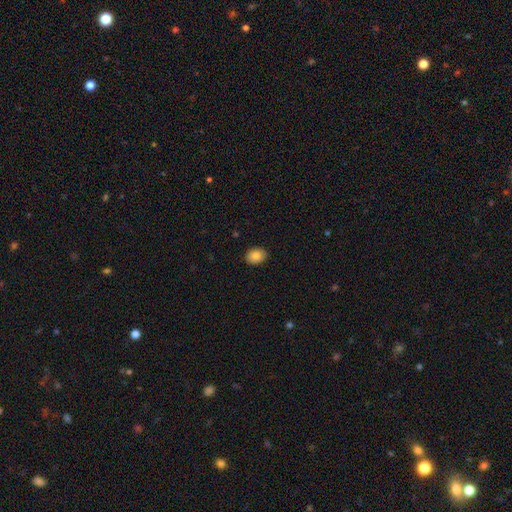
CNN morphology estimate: A smooth galaxy with no disk features (82%) that is in between round and cigar-shaped (69%).

Vote fractions:
- Smooth or featured? smooth: 82% / featured or disk: 10% / star or artifact: 8%
- How rounded? in between: 69% / round: 30% / cigar-shaped: 1%
- Merging? none: 90% / minor disturbance: 8% / major disturbance: 2% / merger: 1%